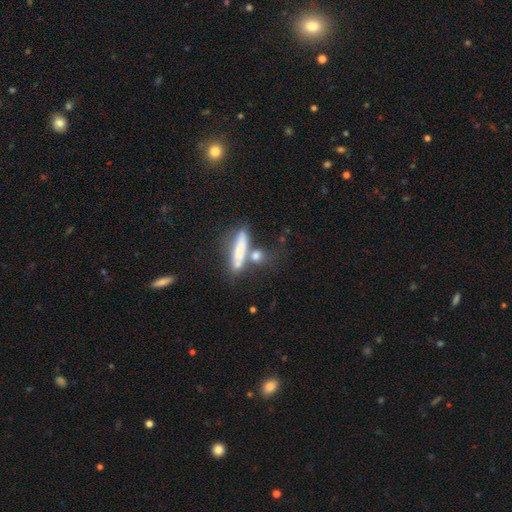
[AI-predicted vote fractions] Smooth or featured? Predicted: smooth (p=0.69). How rounded? Predicted: cigar-shaped (p=0.54). Merging? Predicted: none (p=0.45).